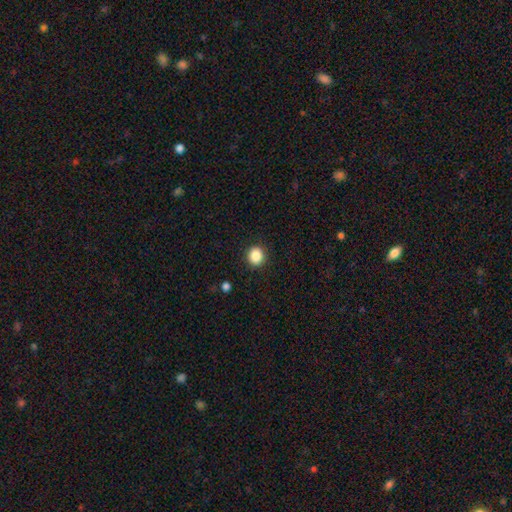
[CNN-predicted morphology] A smooth galaxy with no disk features (87%) that is round (81%). Merging: none (90%).